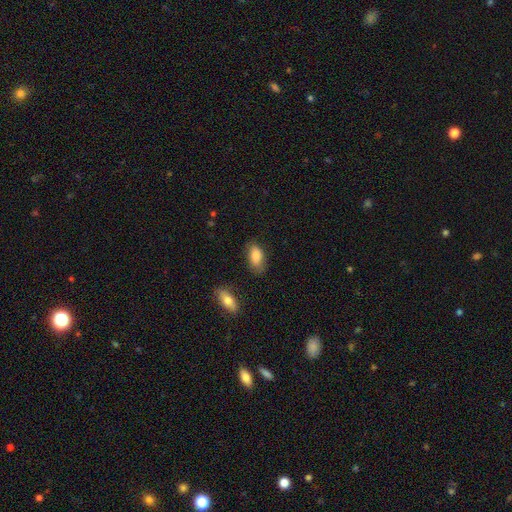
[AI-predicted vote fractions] Smooth or featured?
  - smooth: 83% *
  - featured or disk: 9%
  - star or artifact: 7%
How rounded?
  - in between: 91% *
  - cigar-shaped: 5%
  - round: 4%
Merging?
  - none: 71% *
  - minor disturbance: 21%
  - major disturbance: 5%
  - merger: 3%